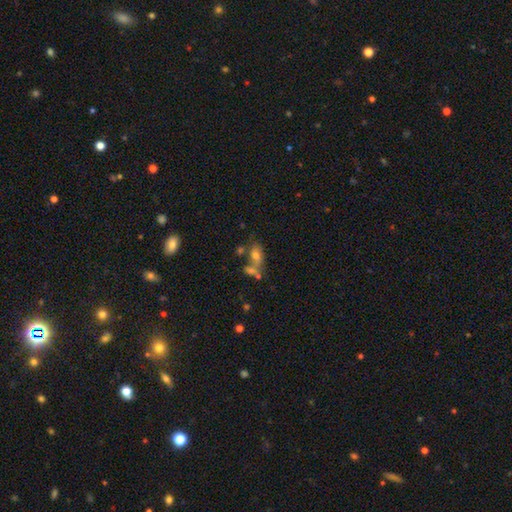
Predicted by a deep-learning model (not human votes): A smooth galaxy with no disk features (60%) that is in between round and cigar-shaped (81%).

Vote fractions:
- Smooth or featured? smooth: 60% / featured or disk: 23% / star or artifact: 17%
- How rounded? in between: 81% / round: 12% / cigar-shaped: 7%
- Merging? none: 42% / merger: 37% / minor disturbance: 14% / major disturbance: 8%